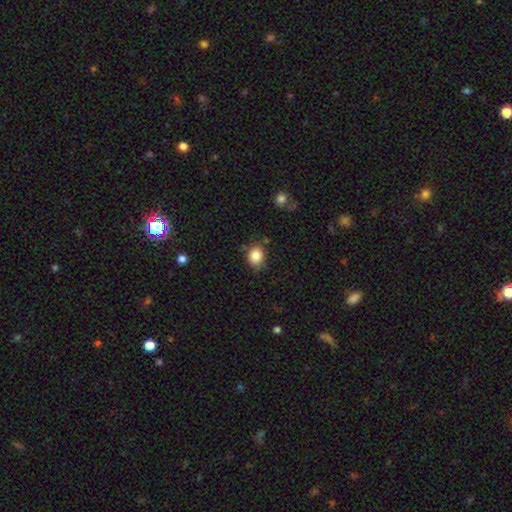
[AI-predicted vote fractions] smooth_or_featured: smooth (p=0.85) [alt: star or artifact p=0.10]
how_rounded: round (p=0.66) [alt: in between p=0.34]
merging: none (p=0.77) [alt: minor disturbance p=0.16]